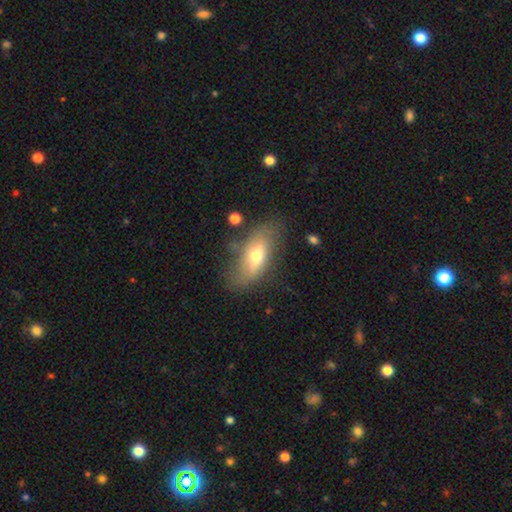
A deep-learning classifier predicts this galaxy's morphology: This is possibly a smooth galaxy (56%). How rounded: likely in between (76%). Merging: likely none (64%).